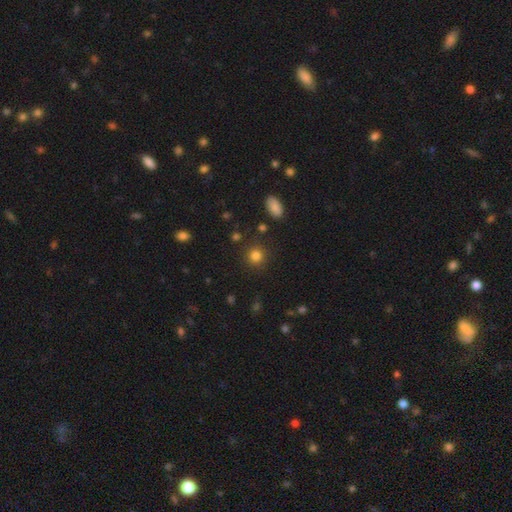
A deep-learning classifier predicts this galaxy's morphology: Overall: smooth (83%). How rounded: round (90%). Merging: none (89%).